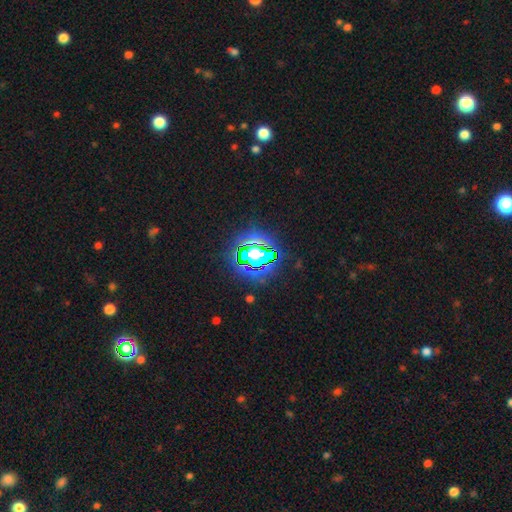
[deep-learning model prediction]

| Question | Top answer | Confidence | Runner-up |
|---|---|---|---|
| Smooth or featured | star or artifact | 61% | smooth (24%) |